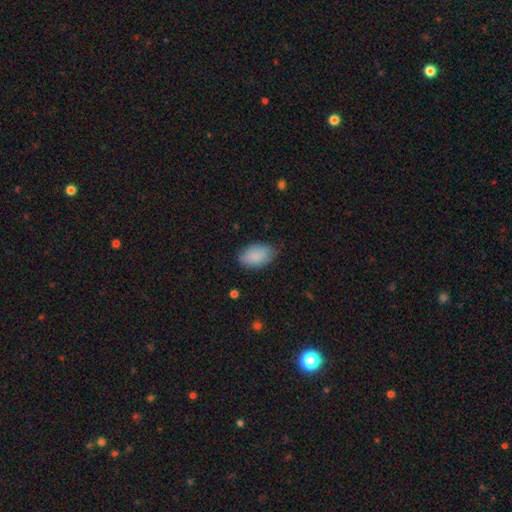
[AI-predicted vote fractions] smooth 88%, star or artifact 6%, featured or disk 5%. Down the decision tree: how rounded — in between (92%); merging — none (76%).